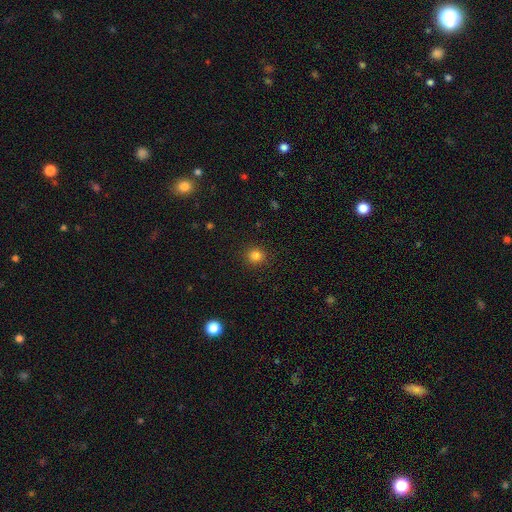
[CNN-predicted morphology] Smooth or featured? smooth (82%)
How rounded? round (91%)
Merging? none (92%)